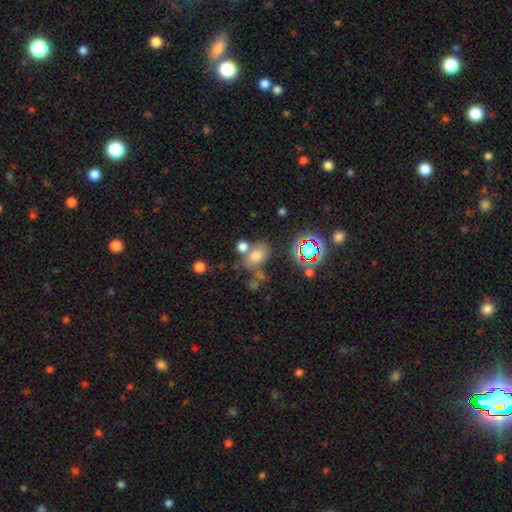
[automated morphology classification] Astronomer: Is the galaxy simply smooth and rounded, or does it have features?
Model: smooth — 67%.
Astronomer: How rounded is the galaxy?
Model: in between — 74%.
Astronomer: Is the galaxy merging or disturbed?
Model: none — 51%.